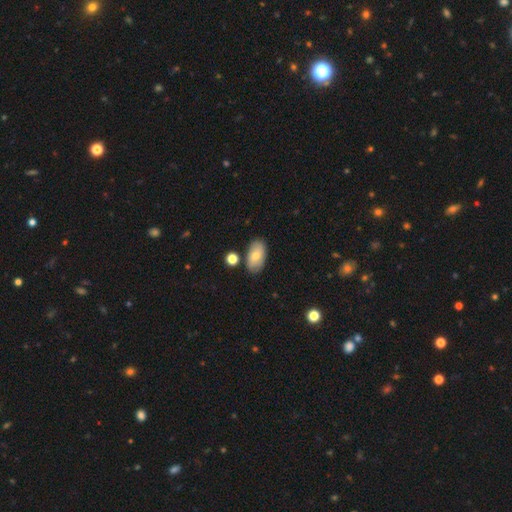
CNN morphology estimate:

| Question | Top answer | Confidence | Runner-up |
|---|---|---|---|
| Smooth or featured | smooth | 72% | featured or disk (21%) |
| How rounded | in between | 93% | round (5%) |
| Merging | none | 79% | minor disturbance (13%) |